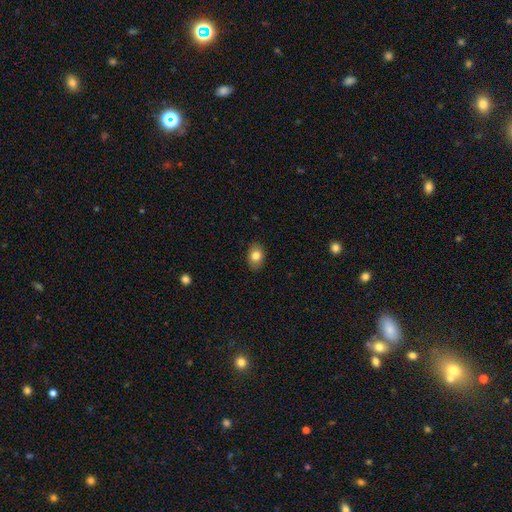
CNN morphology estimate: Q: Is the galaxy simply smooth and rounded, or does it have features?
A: smooth — 82%.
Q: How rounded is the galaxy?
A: in between — 78%.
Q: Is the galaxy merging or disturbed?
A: none — 87%.